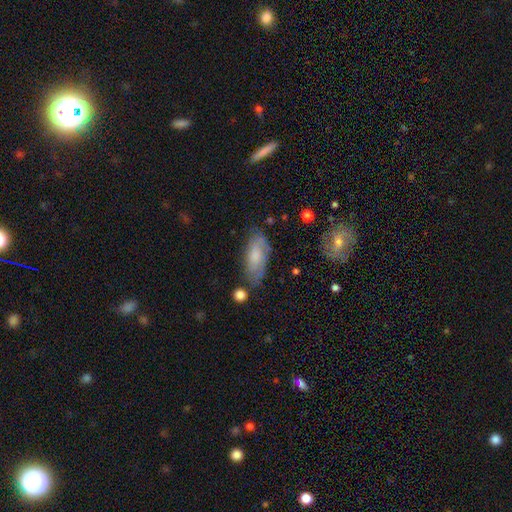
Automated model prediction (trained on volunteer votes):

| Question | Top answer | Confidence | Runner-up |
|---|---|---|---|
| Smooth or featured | smooth | 62% | featured or disk (31%) |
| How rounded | in between | 77% | cigar-shaped (20%) |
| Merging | none | 65% | minor disturbance (24%) |